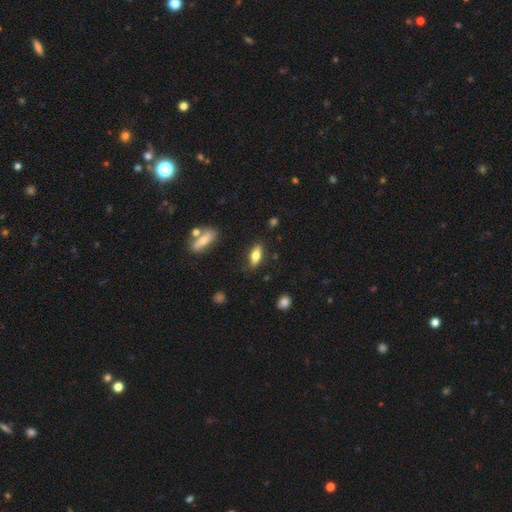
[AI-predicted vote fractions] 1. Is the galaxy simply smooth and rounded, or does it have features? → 69% smooth, 23% featured or disk, 7% star or artifact.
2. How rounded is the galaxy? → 73% in between, 24% cigar-shaped, 3% round.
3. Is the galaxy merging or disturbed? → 83% none, 11% minor disturbance, 3% major disturbance, 3% merger.